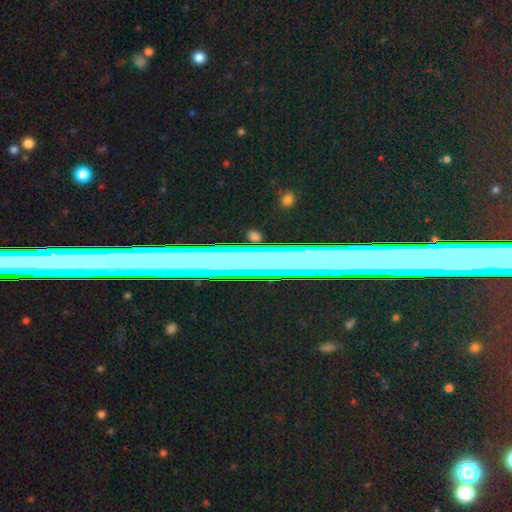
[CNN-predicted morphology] A star or artifact, not a galaxy (47%).